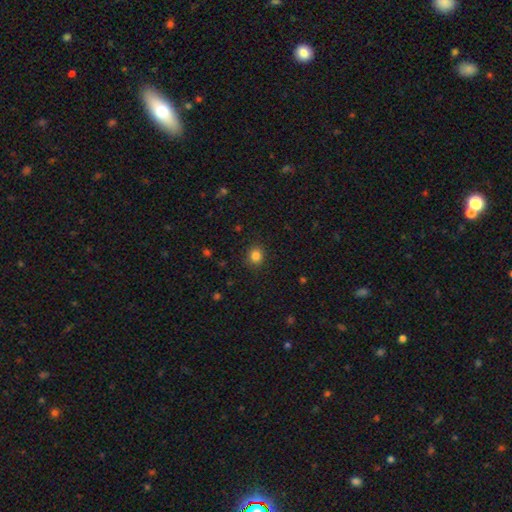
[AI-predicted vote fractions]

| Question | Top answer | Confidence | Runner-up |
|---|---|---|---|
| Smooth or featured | smooth | 84% | star or artifact (12%) |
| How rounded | round | 81% | in between (18%) |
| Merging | none | 90% | minor disturbance (7%) |